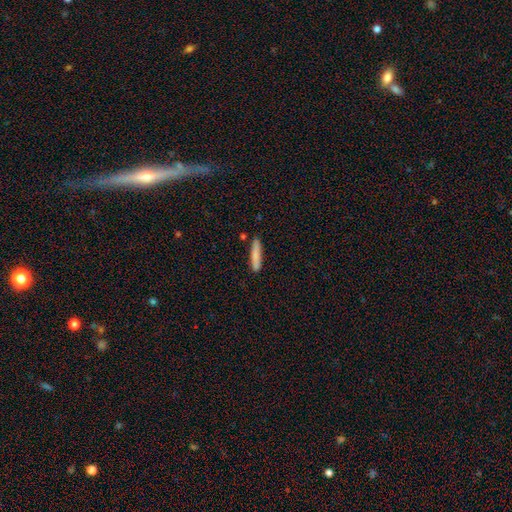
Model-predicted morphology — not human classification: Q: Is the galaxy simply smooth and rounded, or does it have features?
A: smooth — 81%.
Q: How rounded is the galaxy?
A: cigar-shaped — 89%.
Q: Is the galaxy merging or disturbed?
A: none — 83%.